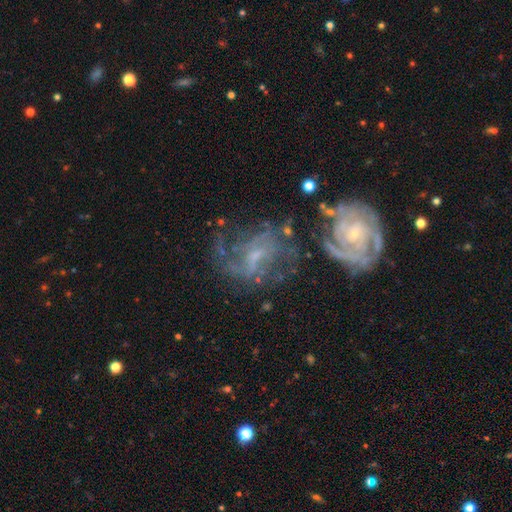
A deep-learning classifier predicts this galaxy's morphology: The model was most divided on "spiral winding": medium: 40%, tight: 39%, loose: 21%. Remaining: edge-on disk — no (97%); spiral arms — yes (86%); smooth or featured — featured or disk (77%); bulge size — small (58%); bar — weak (44%); merging — none (41%); spiral arm count — can't tell (40%).